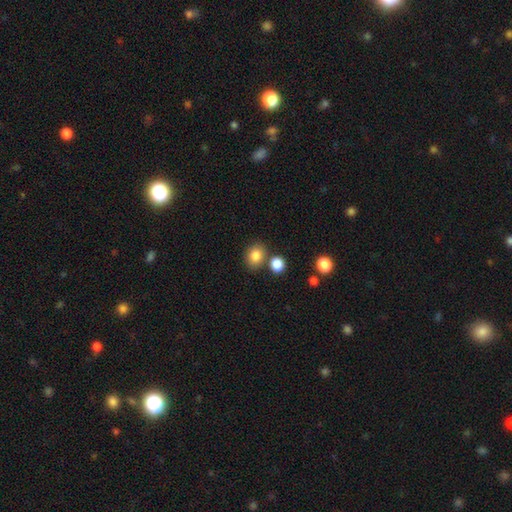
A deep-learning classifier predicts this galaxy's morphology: smooth 84%, star or artifact 10%, featured or disk 6%. Down the decision tree: how rounded — round (57%); merging — none (72%).